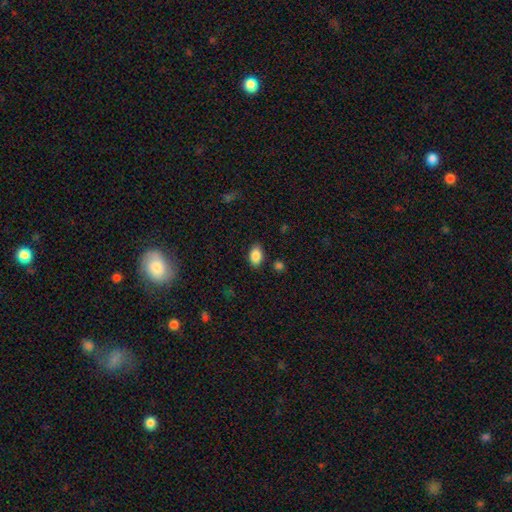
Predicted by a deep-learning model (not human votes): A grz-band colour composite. It shows a smooth galaxy with no disk features (87%) that is in between round and cigar-shaped (88%). Merging: none (83%).